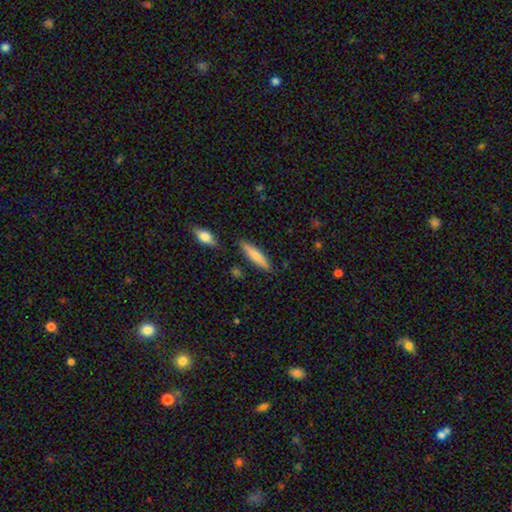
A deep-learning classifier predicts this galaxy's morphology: Smooth or featured?
  - smooth: 74% *
  - featured or disk: 20%
  - star or artifact: 6%
How rounded?
  - cigar-shaped: 83% *
  - in between: 16%
  - round: 2%
Merging?
  - none: 84% *
  - minor disturbance: 10%
  - merger: 4%
  - major disturbance: 2%